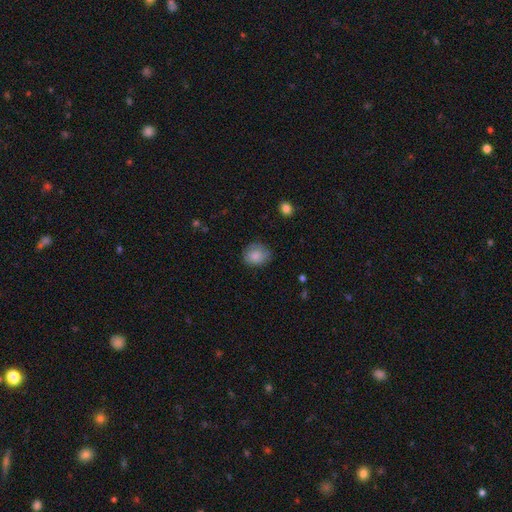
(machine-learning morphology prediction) Smooth or featured?
  - smooth: 83% *
  - featured or disk: 9%
  - star or artifact: 8%
How rounded?
  - round: 60% *
  - in between: 39%
  - cigar-shaped: 1%
Merging?
  - none: 73% *
  - minor disturbance: 21%
  - major disturbance: 5%
  - merger: 1%